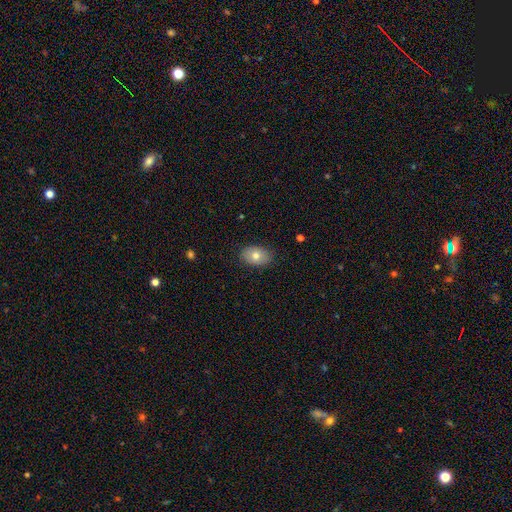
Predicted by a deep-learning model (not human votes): smooth_or_featured: smooth (p=0.77) [alt: featured or disk p=0.15]
how_rounded: in between (p=0.86) [alt: round p=0.13]
merging: none (p=0.86) [alt: minor disturbance p=0.11]